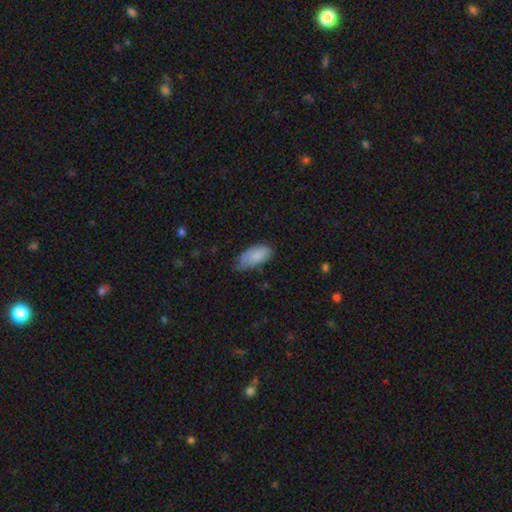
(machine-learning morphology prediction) This is clearly a smooth galaxy (85%). How rounded: clearly in between (90%). Merging: possibly none (48%).